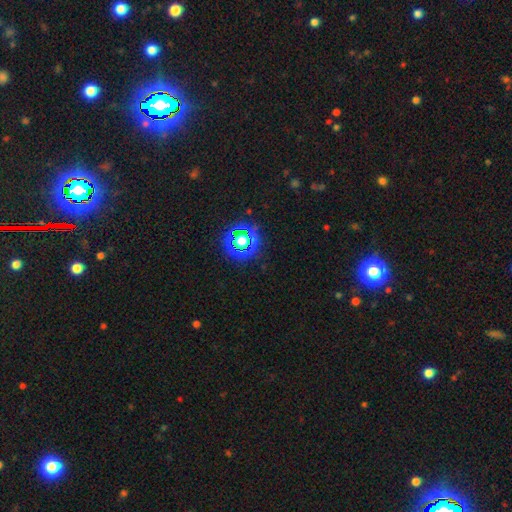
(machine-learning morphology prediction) This is likely a star or artifact rather than a galaxy (78%).